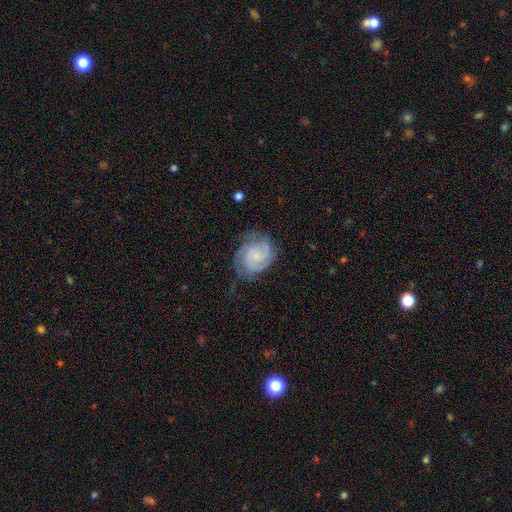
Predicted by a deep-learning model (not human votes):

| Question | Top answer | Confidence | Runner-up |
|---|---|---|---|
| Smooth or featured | featured or disk | 84% | smooth (11%) |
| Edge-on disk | no | 98% | yes (2%) |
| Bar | no | 64% | weak (32%) |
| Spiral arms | yes | 97% | no (3%) |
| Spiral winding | tight | 58% | medium (36%) |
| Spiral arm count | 3 | 37% | 2 (34%) |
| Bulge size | small | 63% | none (21%) |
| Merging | none | 71% | minor disturbance (20%) |